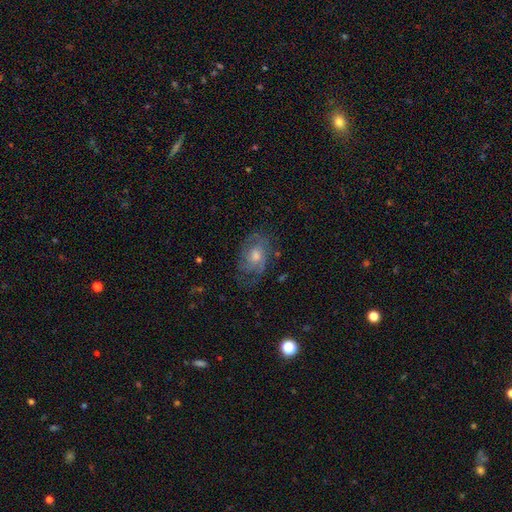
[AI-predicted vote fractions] Smooth or featured? Predicted: featured or disk (p=0.63). Edge-on disk? Predicted: no (p=0.95). Bar? Predicted: no (p=0.71). Spiral arms? Predicted: yes (p=0.82). Bulge size? Predicted: moderate (p=0.61). Merging? Predicted: none (p=0.66).